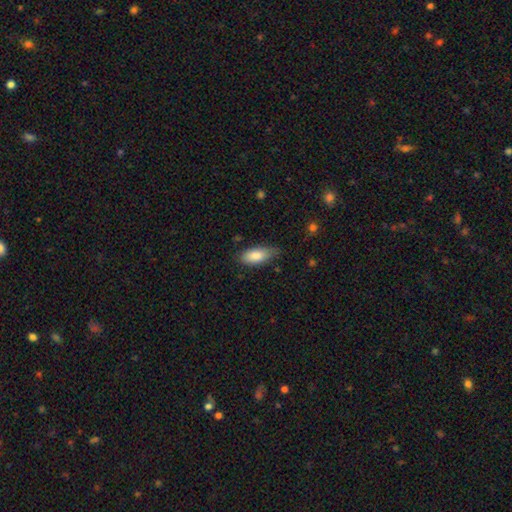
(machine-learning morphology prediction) smooth_or_featured: smooth (p=0.85) [alt: featured or disk p=0.09]
how_rounded: in between (p=0.84) [alt: cigar-shaped p=0.14]
merging: none (p=0.66) [alt: minor disturbance p=0.27]